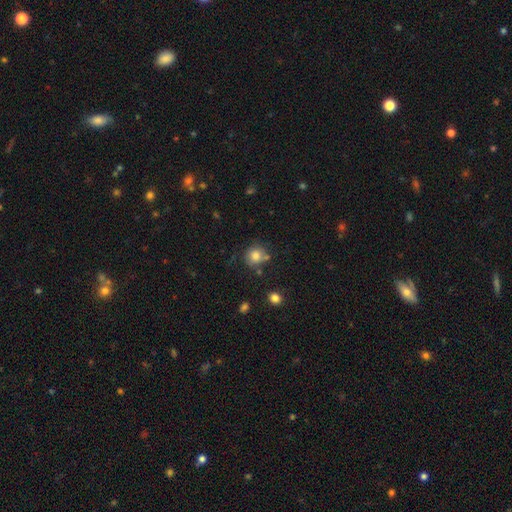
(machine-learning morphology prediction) Q: Smooth or featured?
A: smooth (79%); runner-up: featured or disk (11%)
Q: How rounded?
A: round (85%); runner-up: in between (14%)
Q: Merging?
A: none (67%); runner-up: minor disturbance (17%)